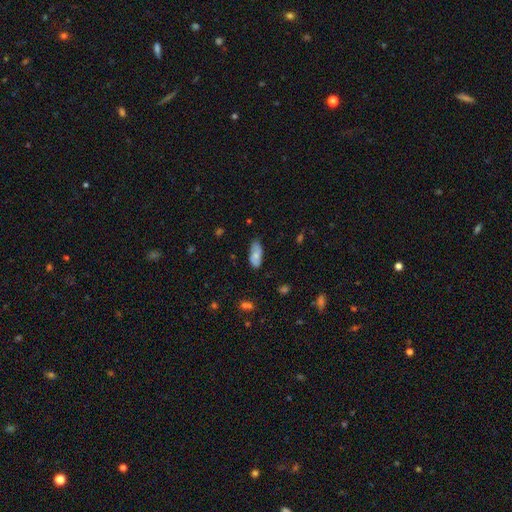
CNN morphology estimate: This is likely a smooth galaxy (69%). How rounded: clearly in between (86%). Merging: likely none (65%).